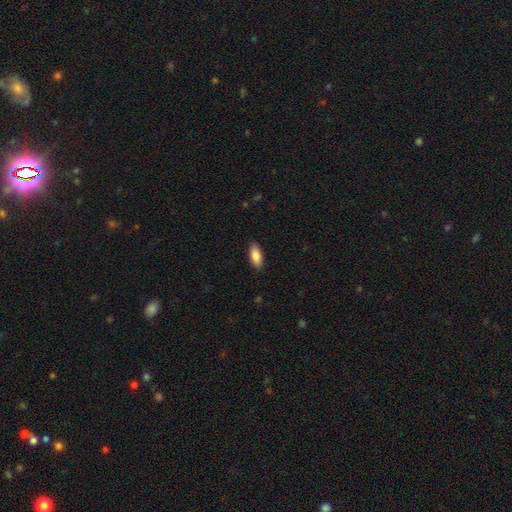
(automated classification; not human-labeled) This is clearly a smooth galaxy (86%). How rounded: clearly in between (86%). Merging: clearly none (88%).